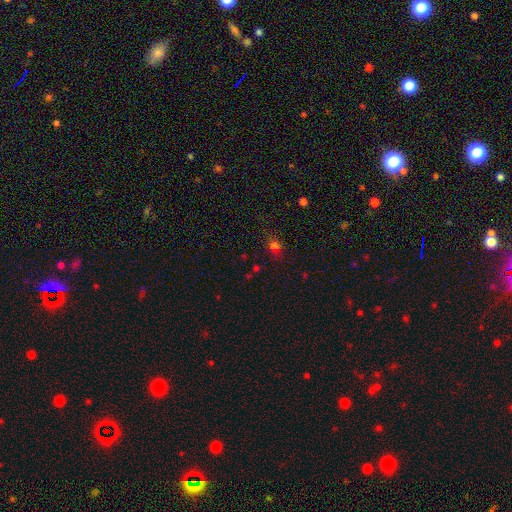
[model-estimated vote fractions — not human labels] This is possibly a smooth galaxy (58%). How rounded: likely round (62%). Merging: likely none (75%).